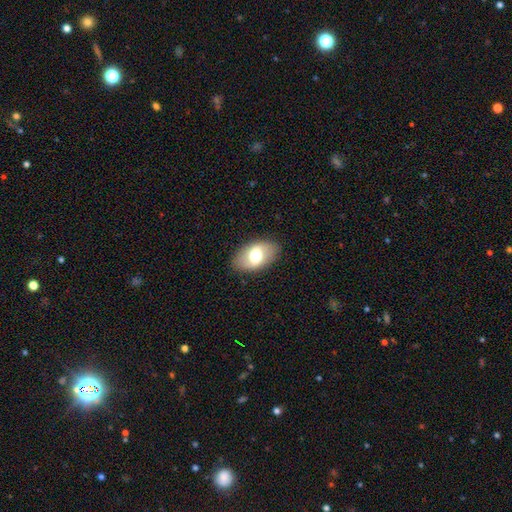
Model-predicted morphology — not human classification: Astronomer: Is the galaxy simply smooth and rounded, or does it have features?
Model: smooth — 61%.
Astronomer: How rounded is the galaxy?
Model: in between — 91%.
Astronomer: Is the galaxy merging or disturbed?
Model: none — 87%.